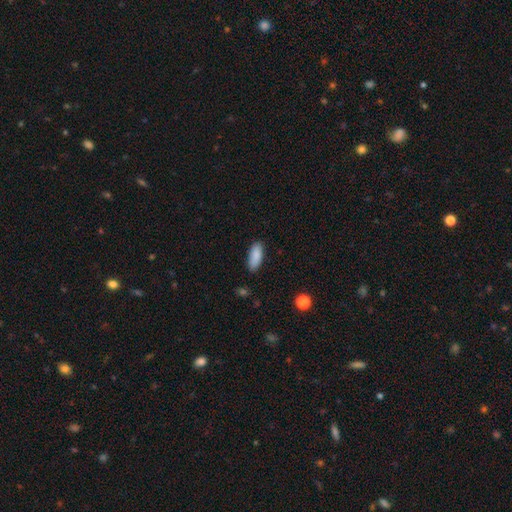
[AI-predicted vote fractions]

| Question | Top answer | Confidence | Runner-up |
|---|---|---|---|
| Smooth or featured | smooth | 88% | star or artifact (7%) |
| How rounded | in between | 81% | cigar-shaped (17%) |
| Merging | none | 84% | minor disturbance (12%) |